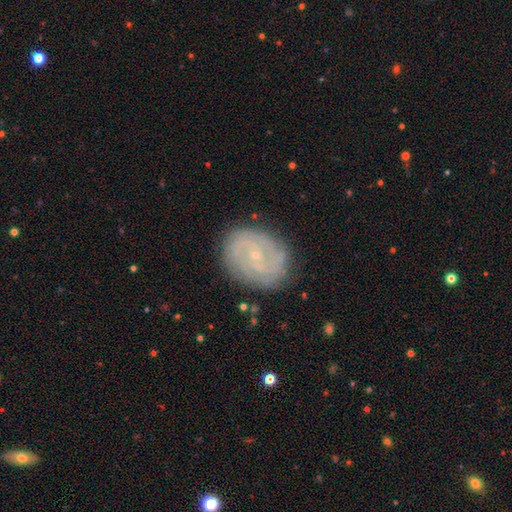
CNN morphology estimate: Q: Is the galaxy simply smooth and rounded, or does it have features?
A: featured or disk — 76%.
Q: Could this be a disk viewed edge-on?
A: no — 97%.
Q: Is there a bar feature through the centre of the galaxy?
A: no — 63%.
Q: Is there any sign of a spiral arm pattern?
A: yes — 91%.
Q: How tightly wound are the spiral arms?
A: tight — 65%.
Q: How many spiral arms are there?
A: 2 — 34%.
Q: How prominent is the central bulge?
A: small — 86%.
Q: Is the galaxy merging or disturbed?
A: none — 83%.